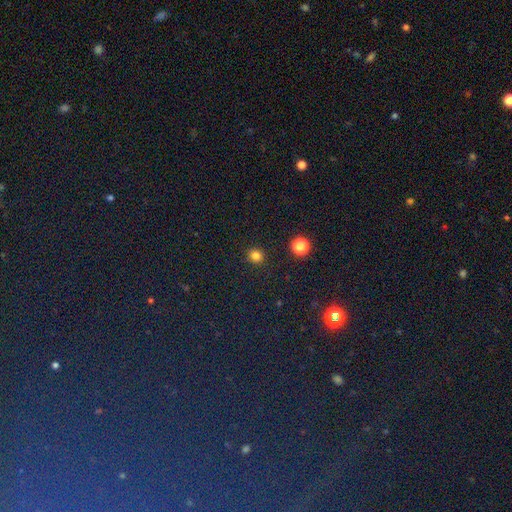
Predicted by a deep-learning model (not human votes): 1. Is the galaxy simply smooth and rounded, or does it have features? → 81% smooth, 15% star or artifact, 4% featured or disk.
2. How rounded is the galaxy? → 90% round, 9% in between, 1% cigar-shaped.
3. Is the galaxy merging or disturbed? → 91% none, 6% minor disturbance, 2% major disturbance, 1% merger.